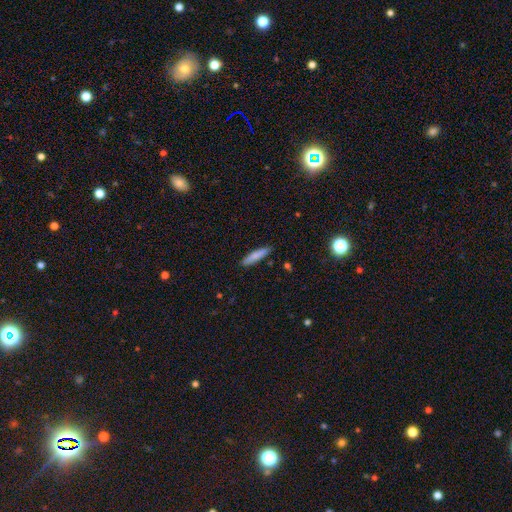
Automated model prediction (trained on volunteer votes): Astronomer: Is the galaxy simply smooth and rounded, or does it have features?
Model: smooth — 82%.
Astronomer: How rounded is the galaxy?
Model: cigar-shaped — 84%.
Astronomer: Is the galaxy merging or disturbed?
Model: none — 89%.